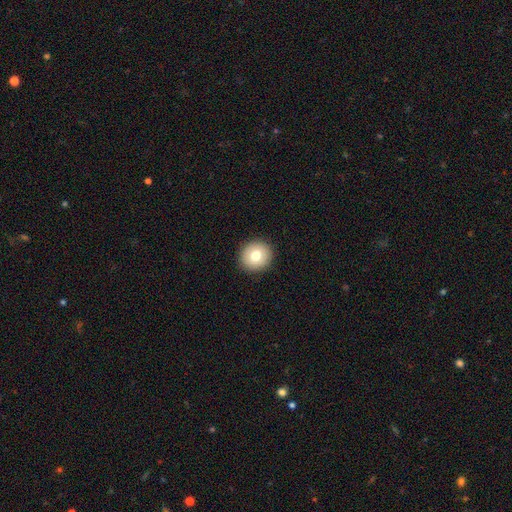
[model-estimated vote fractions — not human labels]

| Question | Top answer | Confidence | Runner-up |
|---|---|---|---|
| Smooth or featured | smooth | 76% | featured or disk (15%) |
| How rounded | round | 88% | in between (11%) |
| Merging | none | 92% | minor disturbance (6%) |